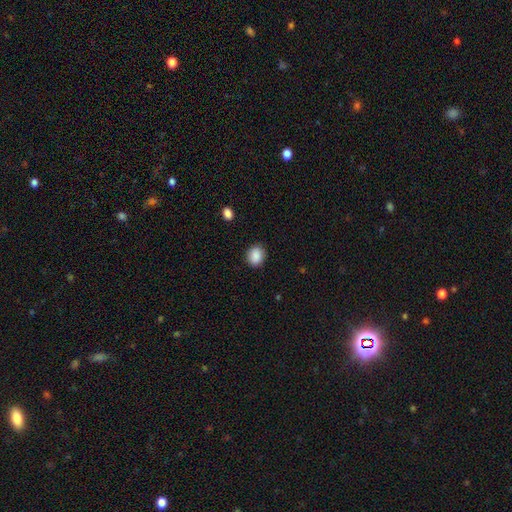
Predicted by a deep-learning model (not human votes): Q: Smooth or featured?
A: smooth (89%); runner-up: star or artifact (8%)
Q: How rounded?
A: round (55%); runner-up: in between (44%)
Q: Merging?
A: none (87%); runner-up: minor disturbance (9%)